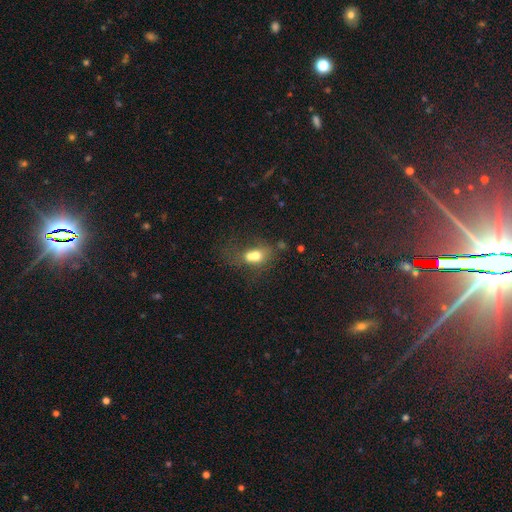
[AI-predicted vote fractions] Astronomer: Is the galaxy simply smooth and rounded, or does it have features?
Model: smooth — 65%.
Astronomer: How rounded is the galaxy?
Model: in between — 57% (runner-up: round, 41%).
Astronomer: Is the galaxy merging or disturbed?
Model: merger — 62%.